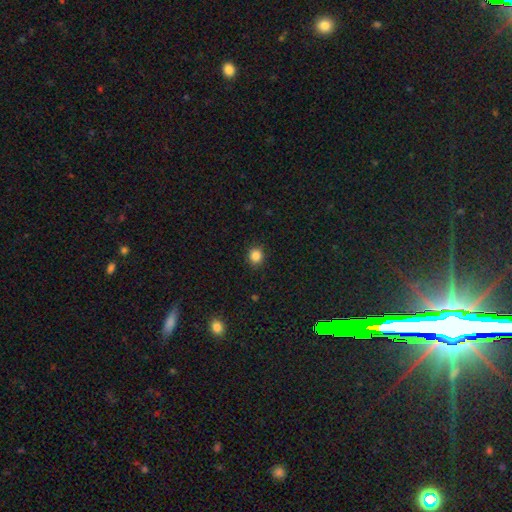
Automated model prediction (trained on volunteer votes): Overall: smooth (85%). How rounded: round (85%). Merging: none (91%).